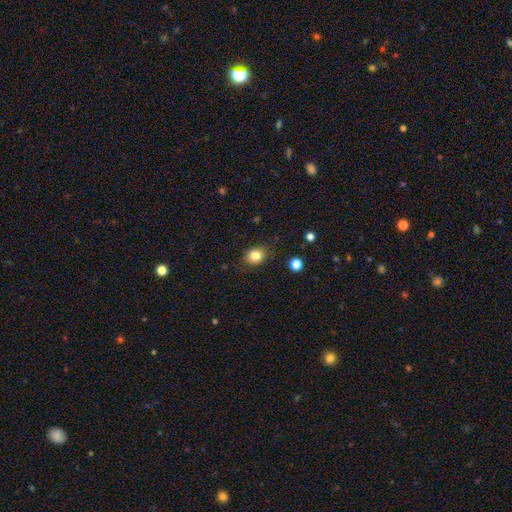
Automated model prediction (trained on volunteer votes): Overall: smooth (83%). How rounded: round (57%; in between 42%). Merging: none (81%).